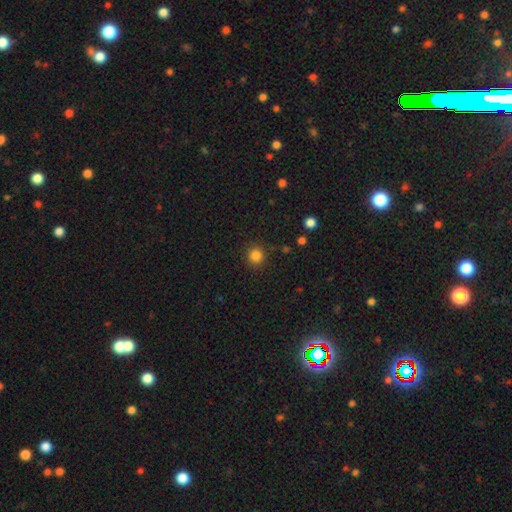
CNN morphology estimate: smooth 83%, star or artifact 13%, featured or disk 4%. Down the decision tree: how rounded — round (93%); merging — none (89%).